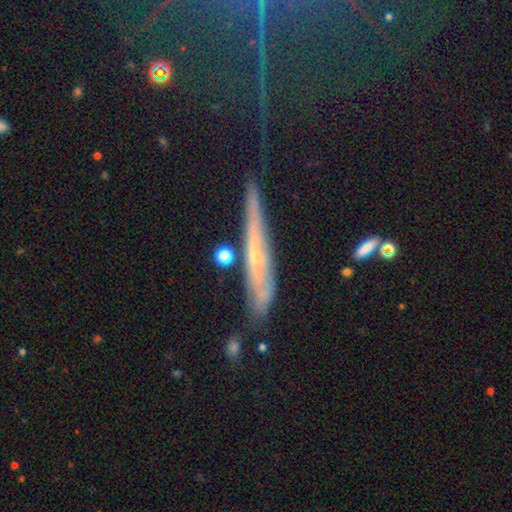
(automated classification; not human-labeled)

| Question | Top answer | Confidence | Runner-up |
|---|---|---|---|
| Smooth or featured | featured or disk | 61% | smooth (30%) |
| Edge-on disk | yes | 79% | no (21%) |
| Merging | none | 60% | minor disturbance (26%) |